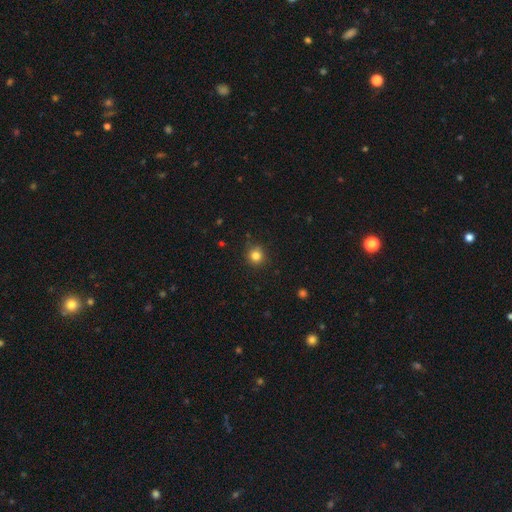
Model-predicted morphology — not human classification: Overall: smooth (82%). How rounded: round (93%). Merging: none (87%).